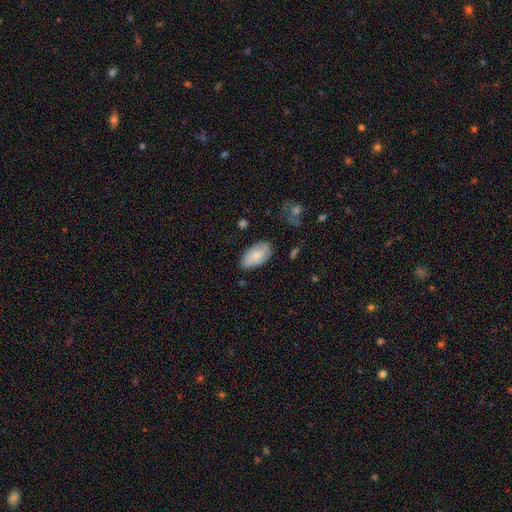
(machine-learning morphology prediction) smooth_or_featured: smooth (p=0.81) [alt: featured or disk p=0.13]
how_rounded: in between (p=0.94) [alt: round p=0.03]
merging: none (p=0.79) [alt: minor disturbance p=0.16]